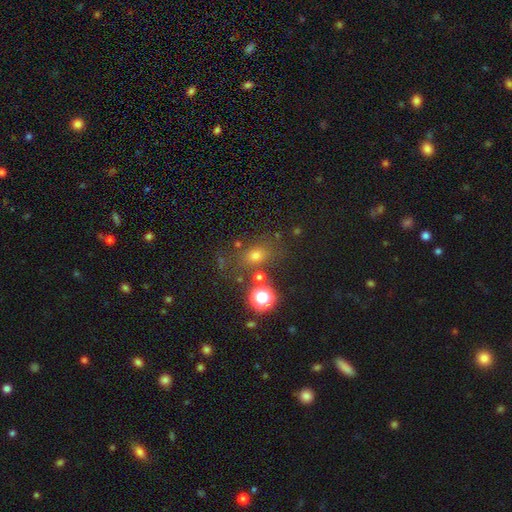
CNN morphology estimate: smooth 64%, star or artifact 25%, featured or disk 10%. Down the decision tree: how rounded — round (49%, tied with in between); merging — none (71%).